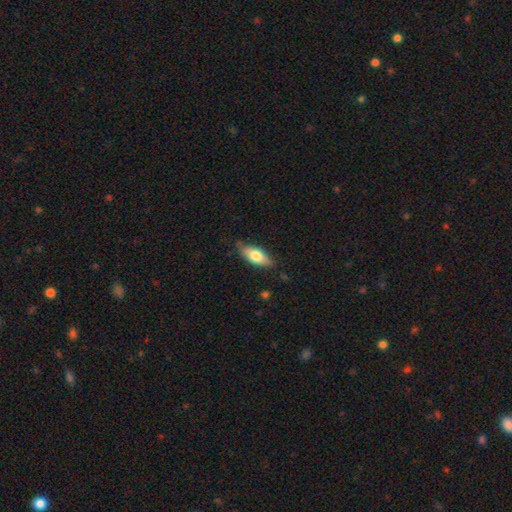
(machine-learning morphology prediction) Smooth or featured: smooth — 72% (featured or disk — 22%)
How rounded: in between — 80% (cigar-shaped — 17%)
Merging: none — 78% (minor disturbance — 18%)